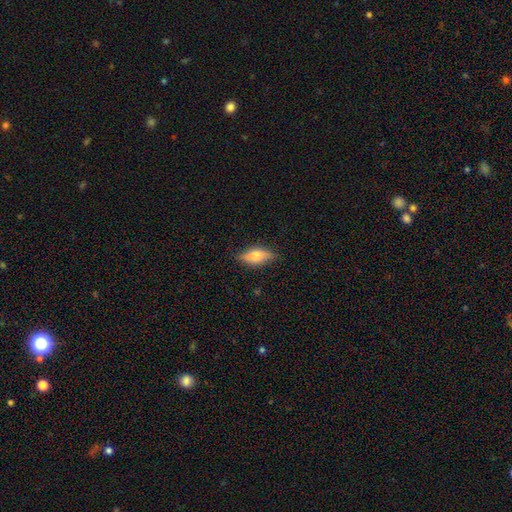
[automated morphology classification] Overall: smooth (62%; featured or disk 30%). How rounded: in between (78%). Merging: none (78%).